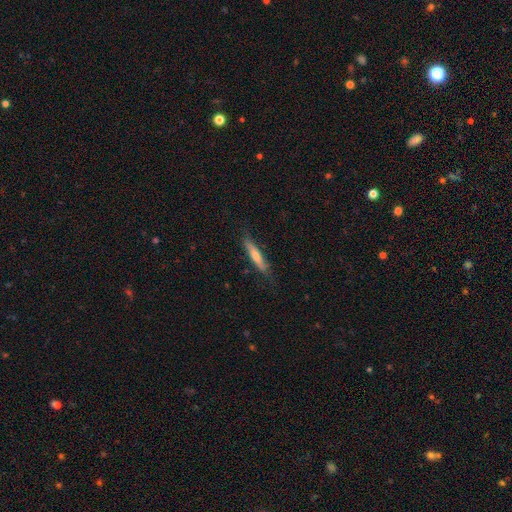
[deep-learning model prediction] Smooth or featured? Predicted: featured or disk (p=0.49). Merging? Predicted: none (p=0.81).